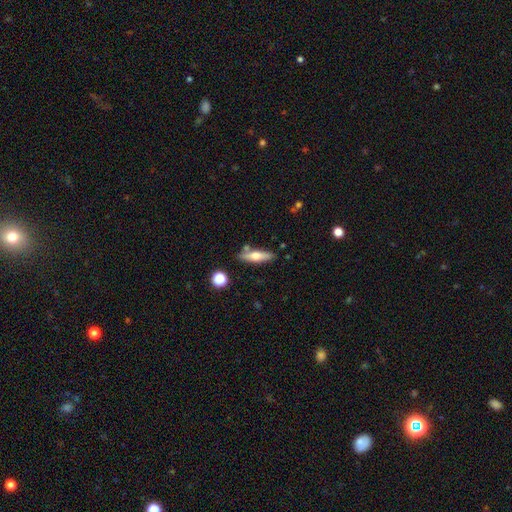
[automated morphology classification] Smooth or featured? smooth (52%)
How rounded? cigar-shaped (68%)
Merging? none (78%)